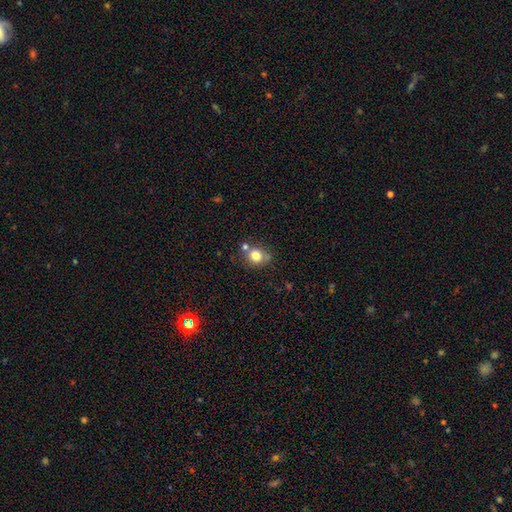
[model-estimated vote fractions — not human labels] A smooth galaxy with no disk features (79%) that is round (77%). Merging: none (62%).